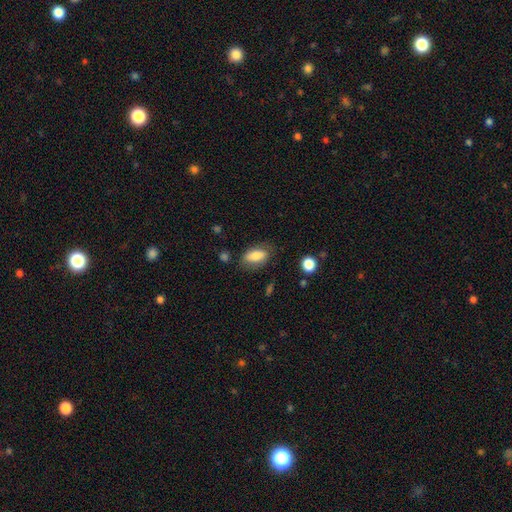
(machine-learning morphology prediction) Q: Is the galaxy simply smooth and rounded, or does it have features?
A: smooth — 76%.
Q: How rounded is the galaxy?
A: in between — 86%.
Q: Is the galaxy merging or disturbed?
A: none — 71%.